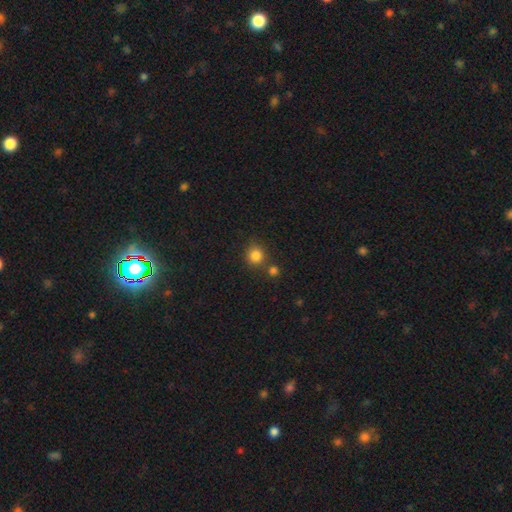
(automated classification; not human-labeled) A smooth galaxy with no disk features (83%) that is round (84%). Merging: none (73%).